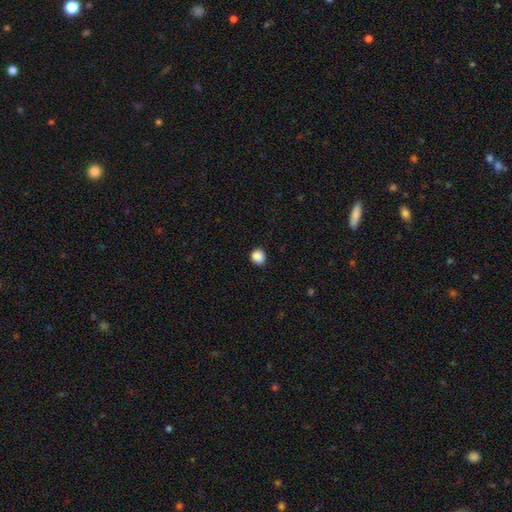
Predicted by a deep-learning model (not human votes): Smooth or featured? Predicted: smooth (p=0.88). How rounded? Predicted: round (p=0.80). Merging? Predicted: none (p=0.84).